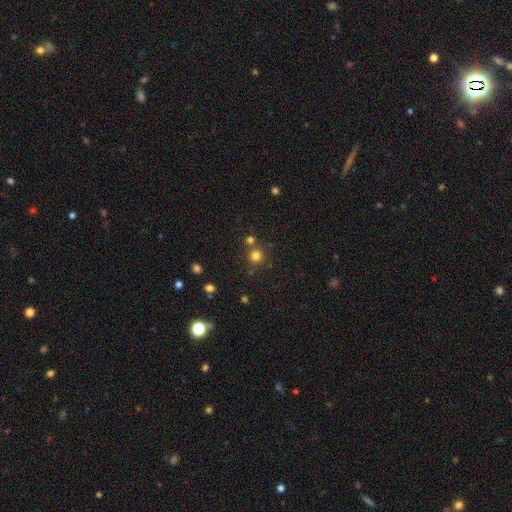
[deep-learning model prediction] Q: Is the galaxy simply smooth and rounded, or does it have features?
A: smooth — 77%.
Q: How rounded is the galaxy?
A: round — 94%.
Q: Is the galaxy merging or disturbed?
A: none — 77%.